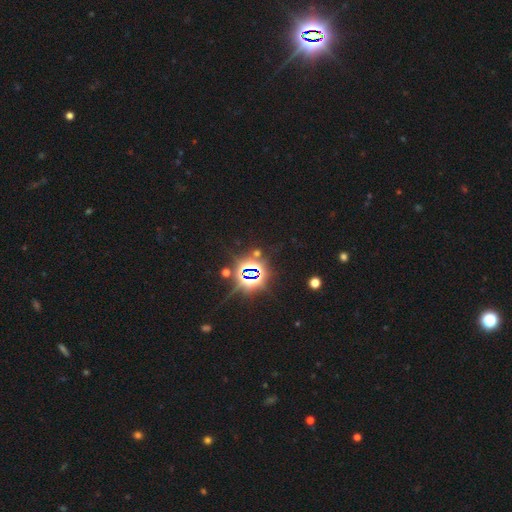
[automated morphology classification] This appears to be a star or artifact, not a galaxy (82%).